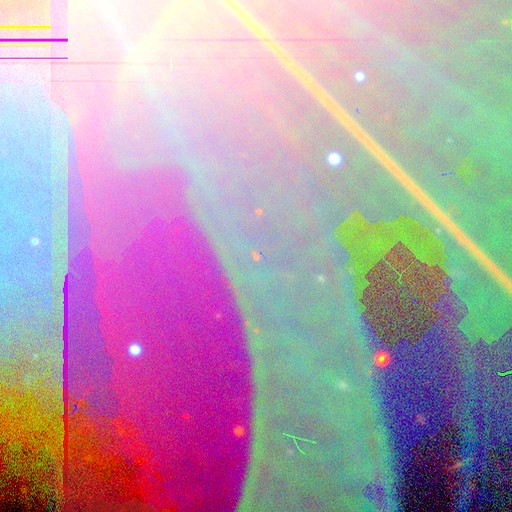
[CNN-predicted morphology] Smooth or featured: star or artifact — 87% (featured or disk — 7%)